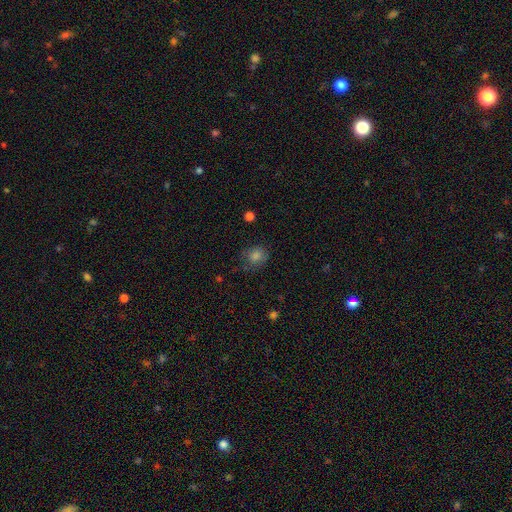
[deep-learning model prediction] Smooth or featured: smooth — 72% (star or artifact — 17%)
How rounded: round — 74% (in between — 25%)
Merging: none — 73% (minor disturbance — 19%)